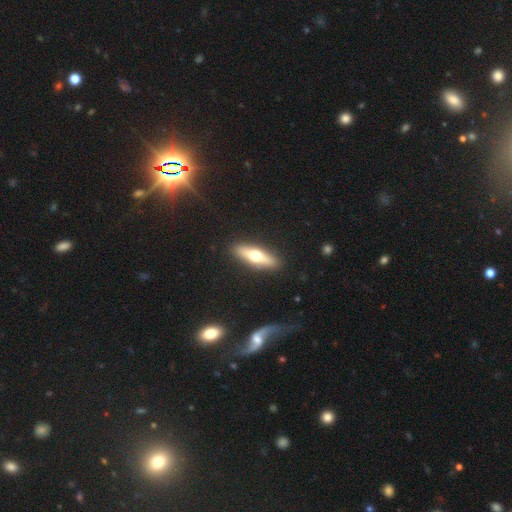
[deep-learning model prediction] Smooth or featured? featured or disk (50%)
Edge-on disk? yes (87%)
Merging? none (90%)